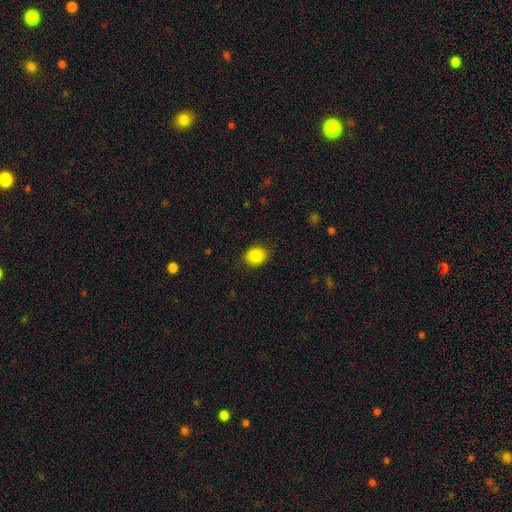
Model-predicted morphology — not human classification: smooth_or_featured: smooth (p=0.87) [alt: star or artifact p=0.09]
how_rounded: round (p=0.72) [alt: in between p=0.27]
merging: none (p=0.87) [alt: minor disturbance p=0.09]